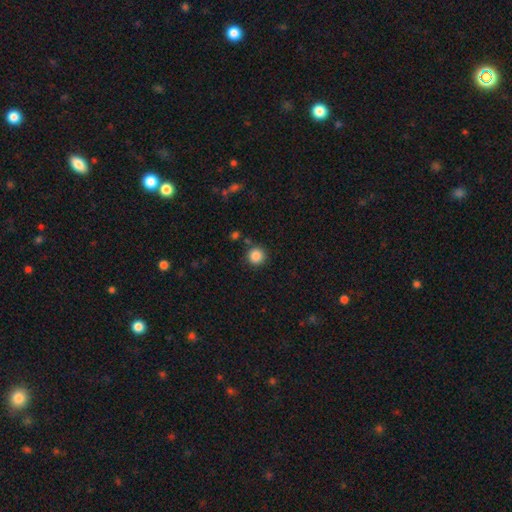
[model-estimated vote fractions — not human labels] This is clearly a smooth galaxy (86%). How rounded: clearly round (95%). Merging: clearly none (86%).